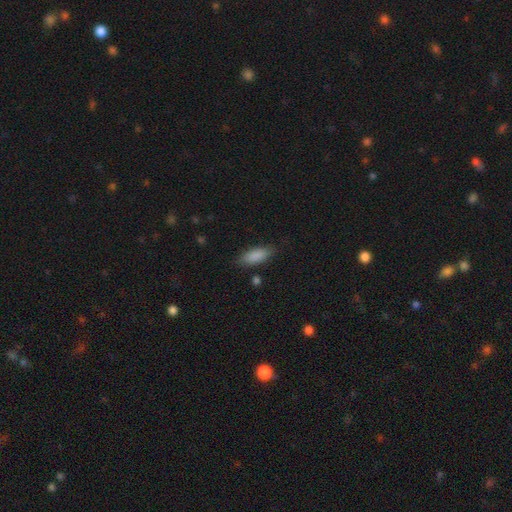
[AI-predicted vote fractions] Morphology: type=smooth (87%); roundness=in between (76%); merging=none (80%).